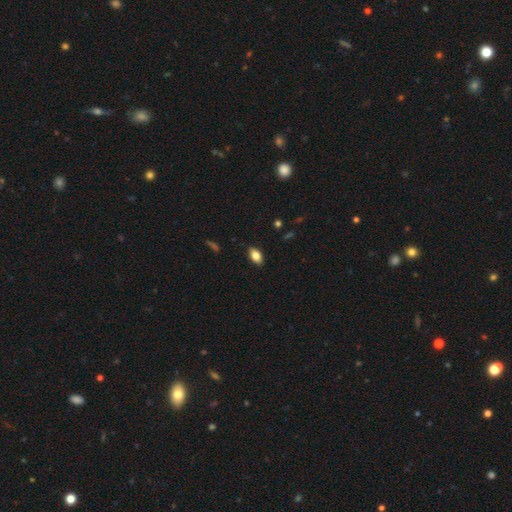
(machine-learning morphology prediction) Q: Smooth or featured?
A: smooth (83%); runner-up: featured or disk (9%)
Q: How rounded?
A: in between (91%); runner-up: round (6%)
Q: Merging?
A: none (87%); runner-up: minor disturbance (10%)